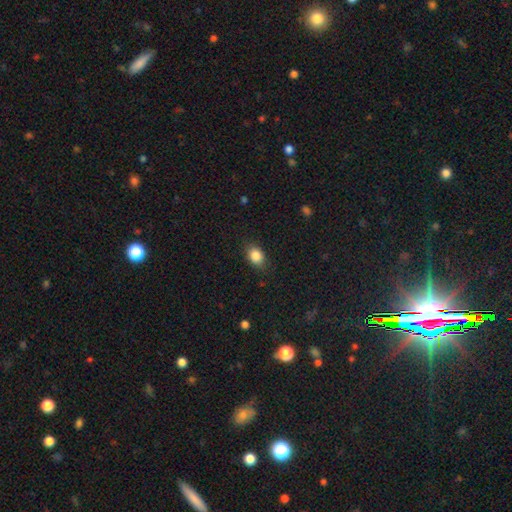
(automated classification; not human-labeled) Smooth or featured: smooth — 86% (star or artifact — 9%)
How rounded: in between — 70% (round — 29%)
Merging: none — 83% (minor disturbance — 12%)